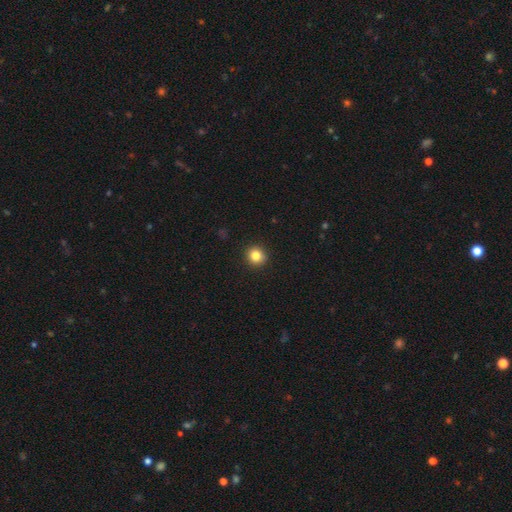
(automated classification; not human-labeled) This is clearly a smooth galaxy (83%). How rounded: clearly round (90%). Merging: clearly none (92%).